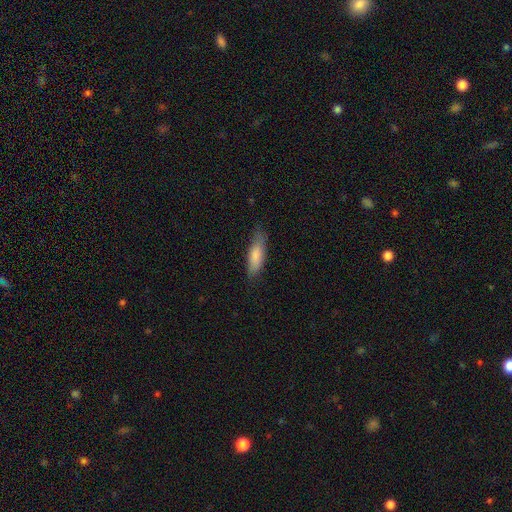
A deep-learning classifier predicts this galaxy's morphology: Q: Smooth or featured?
A: smooth (80%); runner-up: featured or disk (14%)
Q: How rounded?
A: in between (54%); runner-up: cigar-shaped (44%)
Q: Merging?
A: none (70%); runner-up: minor disturbance (23%)